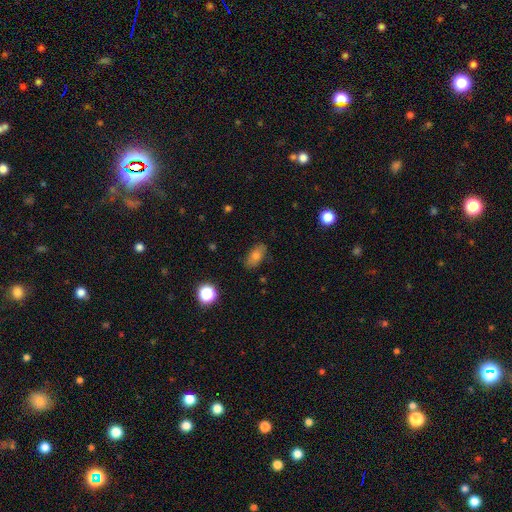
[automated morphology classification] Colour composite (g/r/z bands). It shows a smooth galaxy with no disk features (74%) that is in between round and cigar-shaped (85%). Merging: none (82%).